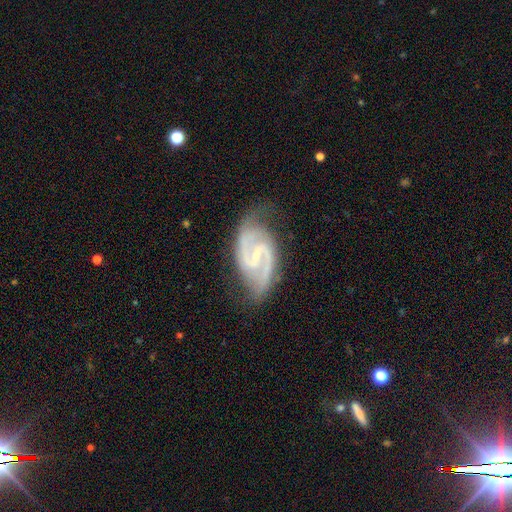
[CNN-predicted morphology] type=featured or disk (92%); edge-on=no (97%); bar=weak (52%); spiral arms=yes (98%); winding=medium (59%); arm count=2 (92%); bulge=small (72%); merging=none (75%).